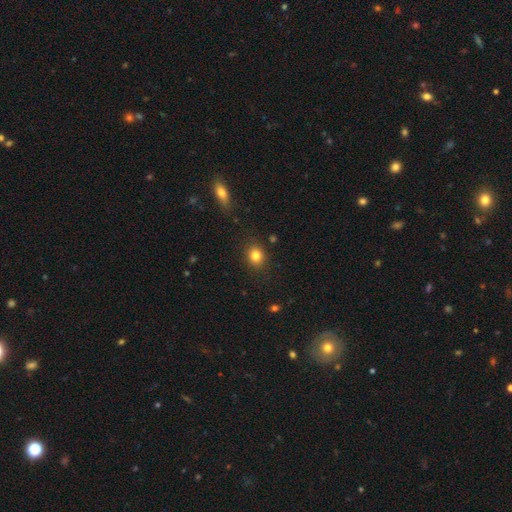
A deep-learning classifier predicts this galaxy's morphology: Smooth or featured? Predicted: smooth (p=0.82). How rounded? Predicted: round (p=0.60). Merging? Predicted: none (p=0.86).